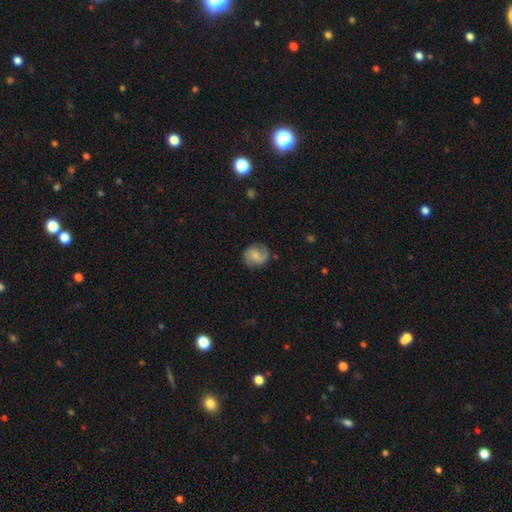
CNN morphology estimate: Smooth or featured: featured or disk — 59% (smooth — 33%)
Edge-on disk: no — 98% (yes — 2%)
Bar: no — 50% (weak — 41%)
Spiral arms: yes — 93% (no — 7%)
Spiral winding: medium — 47% (loose — 27%)
Spiral arm count: 2 — 86% (can't tell — 6%)
Bulge size: small — 48% (moderate — 31%)
Merging: none — 79% (minor disturbance — 15%)